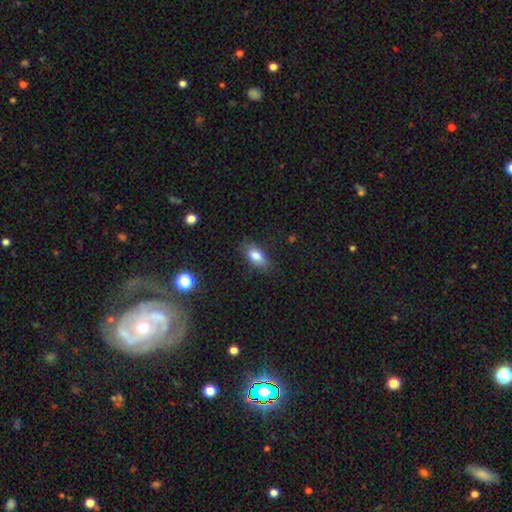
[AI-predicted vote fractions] smooth-or-featured: smooth: 81% | featured or disk: 10% | star or artifact: 9%
  how-rounded: in between: 85% | cigar-shaped: 10% | round: 5%
  merging: none: 82% | minor disturbance: 13% | major disturbance: 4% | merger: 1%